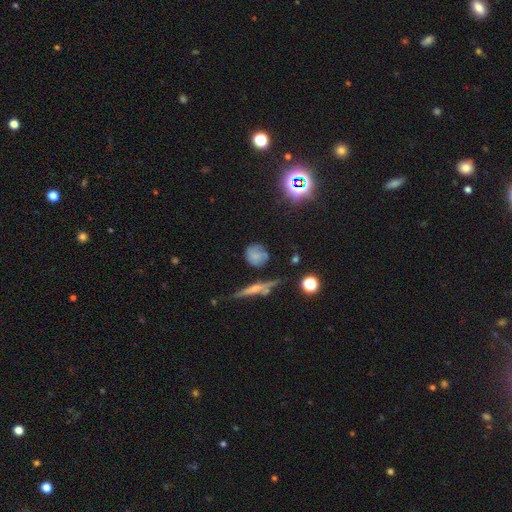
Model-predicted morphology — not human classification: A smooth galaxy with no disk features (63%) that is round (73%). Merging: none (60%).